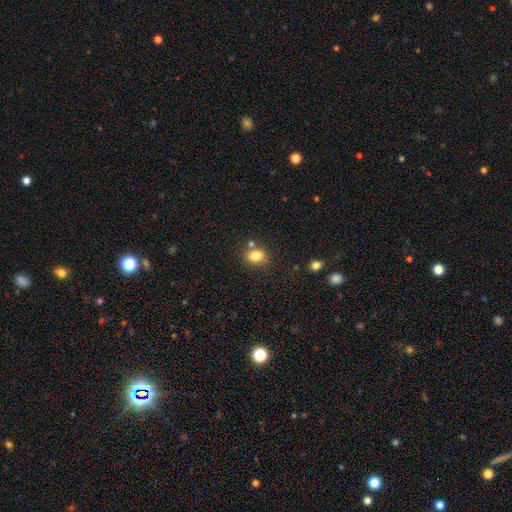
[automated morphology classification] Smooth or featured? Predicted: smooth (p=0.82). How rounded? Predicted: in between (p=0.52). Merging? Predicted: none (p=0.69).